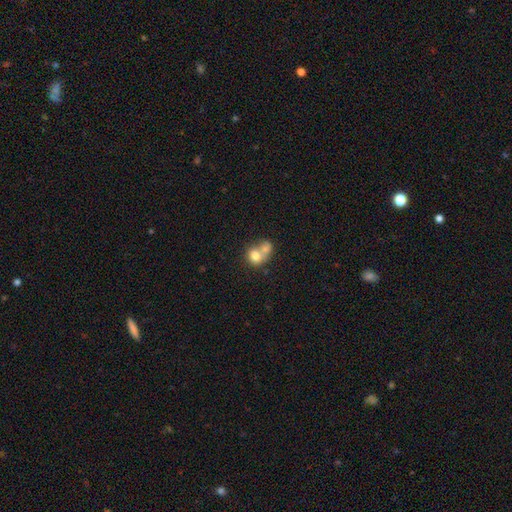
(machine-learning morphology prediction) This appears to be a smooth galaxy with no disk features (73%) that is round (65%). Merging: merger (69%).